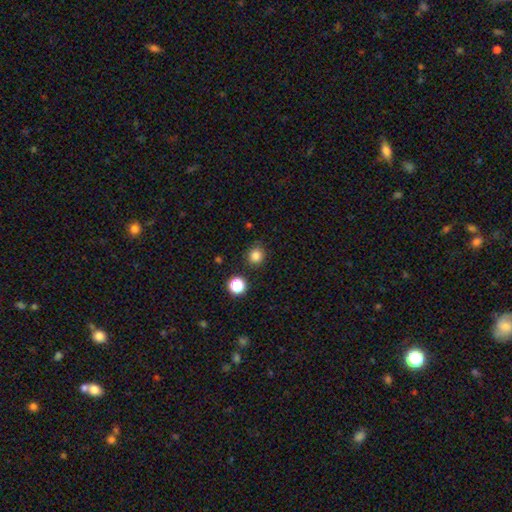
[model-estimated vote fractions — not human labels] The model was most divided on "smooth or featured": smooth: 82%, star or artifact: 13%, featured or disk: 4%. More confident: how rounded — round (89%); merging — none (85%).